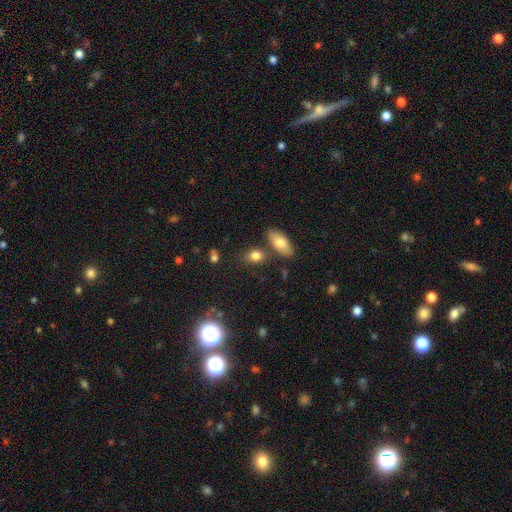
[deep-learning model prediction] A smooth galaxy with no disk features (81%) that is in between round and cigar-shaped (67%).

Vote fractions:
- Smooth or featured? smooth: 81% / star or artifact: 10% / featured or disk: 9%
- How rounded? in between: 67% / round: 30% / cigar-shaped: 3%
- Merging? none: 69% / merger: 15% / minor disturbance: 12% / major disturbance: 4%